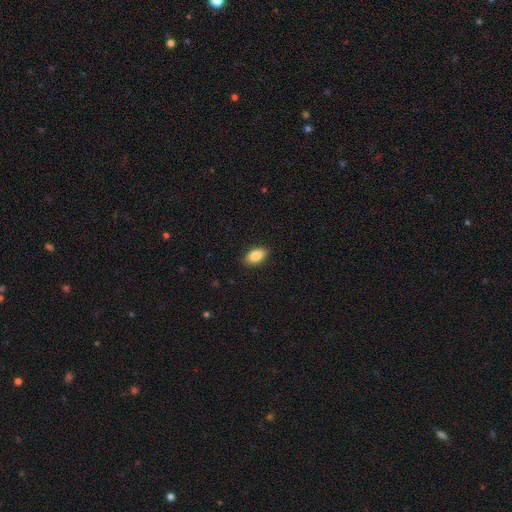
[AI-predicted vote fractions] Morphology: type=smooth (88%); roundness=in between (92%); merging=none (89%).